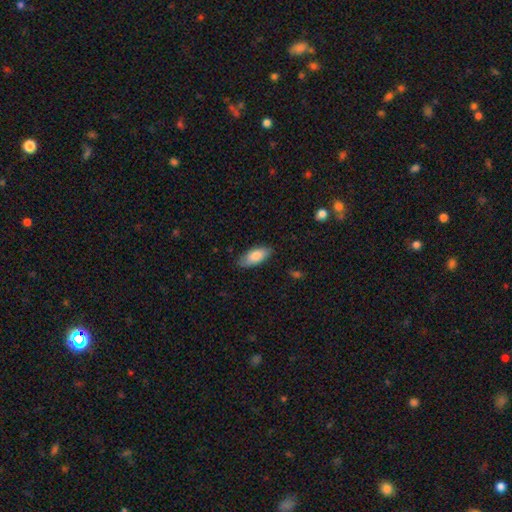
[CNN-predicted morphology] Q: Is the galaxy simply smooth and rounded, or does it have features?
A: smooth — 83%.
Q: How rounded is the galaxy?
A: in between — 86%.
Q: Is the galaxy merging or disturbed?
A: none — 82%.